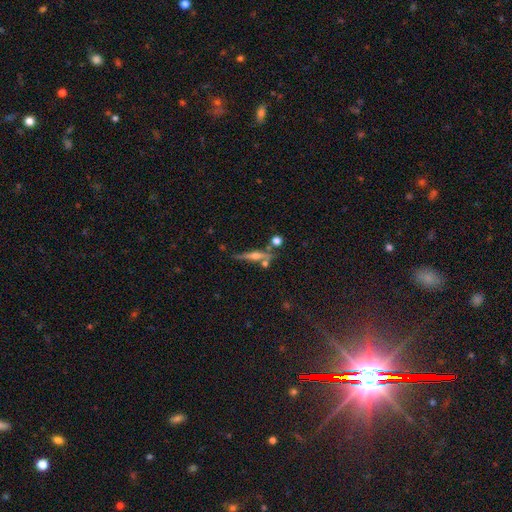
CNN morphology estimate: This is likely a featured or disk galaxy (63%). It is clearly viewed edge-on (94%). Edge-on bulge: likely rounded (78%). Merging: likely none (70%).